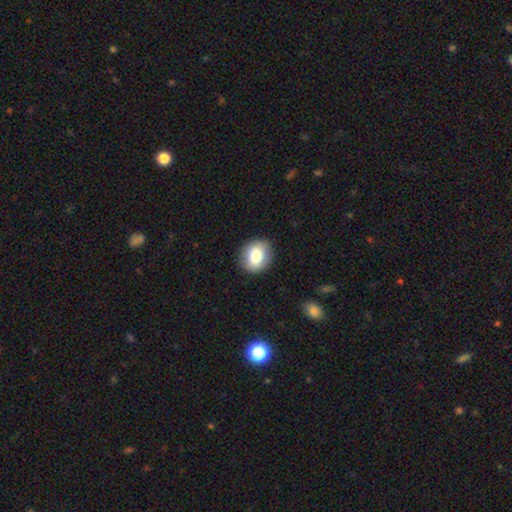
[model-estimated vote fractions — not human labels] The model was most divided on "how rounded": round: 65%, in between: 34%, cigar-shaped: 1%. More confident: merging — none (88%); smooth or featured — smooth (78%).